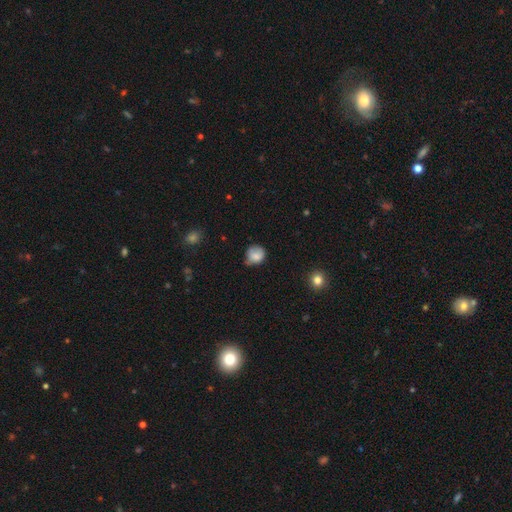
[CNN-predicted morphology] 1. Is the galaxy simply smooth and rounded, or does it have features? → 80% smooth, 11% featured or disk, 9% star or artifact.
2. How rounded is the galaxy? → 78% round, 21% in between, 1% cigar-shaped.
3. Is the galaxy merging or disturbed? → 51% none, 37% minor disturbance, 9% major disturbance, 3% merger.